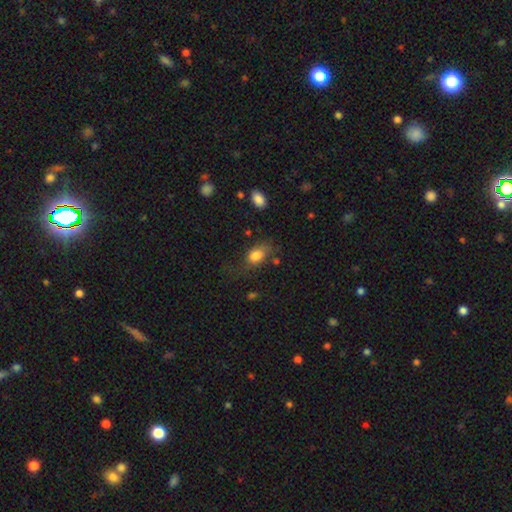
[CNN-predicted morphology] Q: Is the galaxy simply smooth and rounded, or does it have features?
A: smooth — 79%.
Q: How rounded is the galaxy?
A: in between — 80%.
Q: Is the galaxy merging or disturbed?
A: none — 49%.